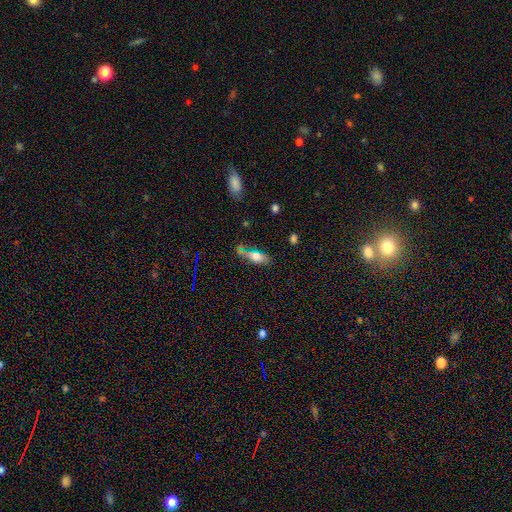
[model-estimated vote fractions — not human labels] Smooth or featured? Predicted: smooth (p=0.60). How rounded? Predicted: in between (p=0.59). Merging? Predicted: none (p=0.53).